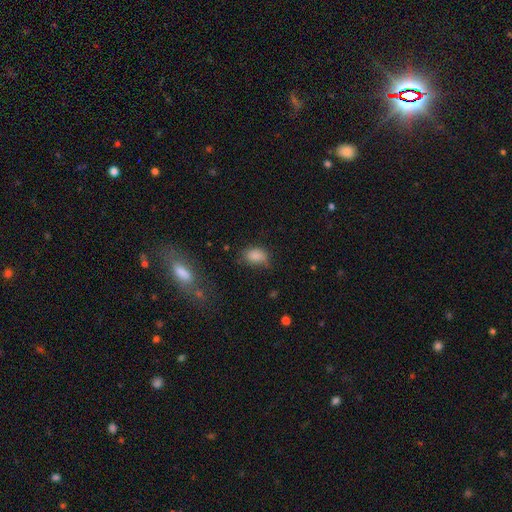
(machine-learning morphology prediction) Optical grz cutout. It shows a smooth galaxy with no disk features (84%) that is in between round and cigar-shaped (81%). Merging: none (57%).